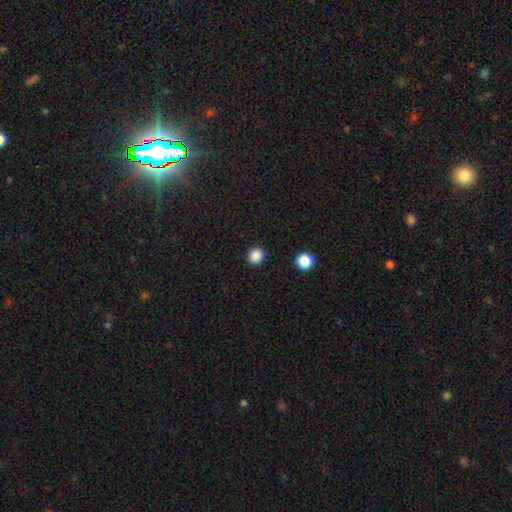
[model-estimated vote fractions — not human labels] Overall: smooth (87%). How rounded: round (79%). Merging: none (90%).